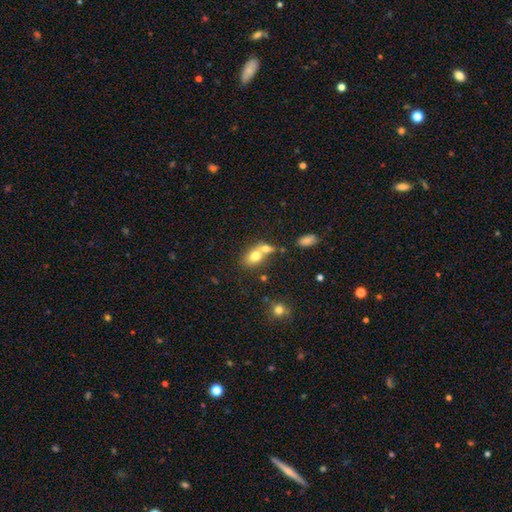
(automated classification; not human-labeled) A smooth galaxy with no disk features (73%) that is in between round and cigar-shaped (74%). Merging: merger (56%).